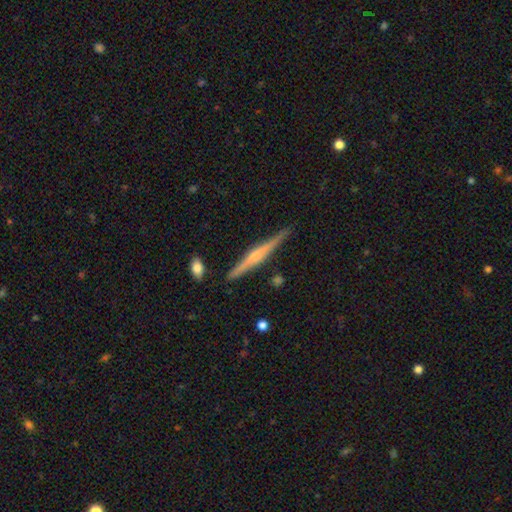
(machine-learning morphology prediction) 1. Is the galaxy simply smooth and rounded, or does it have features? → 74% featured or disk, 20% smooth, 6% star or artifact.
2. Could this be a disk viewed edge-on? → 98% yes, 2% no.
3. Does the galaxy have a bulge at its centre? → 77% rounded, 15% none, 8% boxy.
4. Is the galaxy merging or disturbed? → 87% none, 9% minor disturbance, 2% merger, 2% major disturbance.